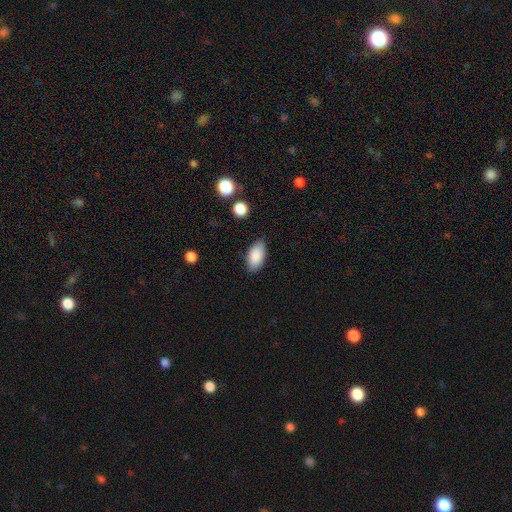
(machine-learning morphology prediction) The model was most divided on "merging": none: 81%, minor disturbance: 15%, major disturbance: 3%, merger: 2%. More confident: how rounded — in between (94%); smooth or featured — smooth (88%).